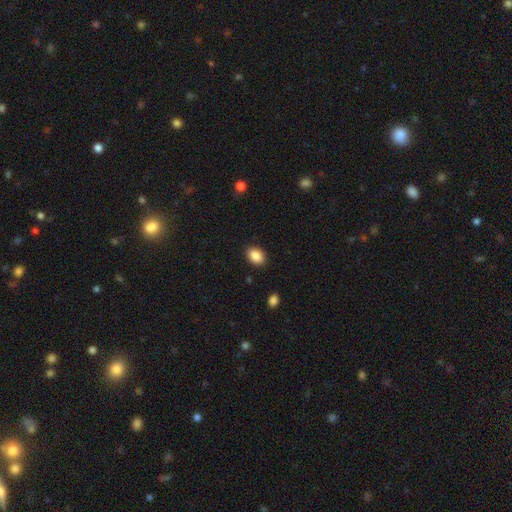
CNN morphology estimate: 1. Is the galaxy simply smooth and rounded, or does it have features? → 88% smooth, 8% star or artifact, 4% featured or disk.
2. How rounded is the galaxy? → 79% in between, 20% round, 1% cigar-shaped.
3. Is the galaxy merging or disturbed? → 89% none, 8% minor disturbance, 2% major disturbance, 1% merger.